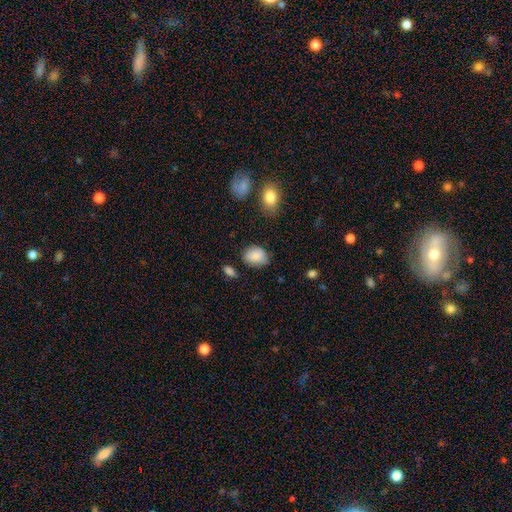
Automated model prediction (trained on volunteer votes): The model was most divided on "how rounded": in between: 59%, round: 40%, cigar-shaped: 1%. More confident: smooth or featured — smooth (86%); merging — none (65%).